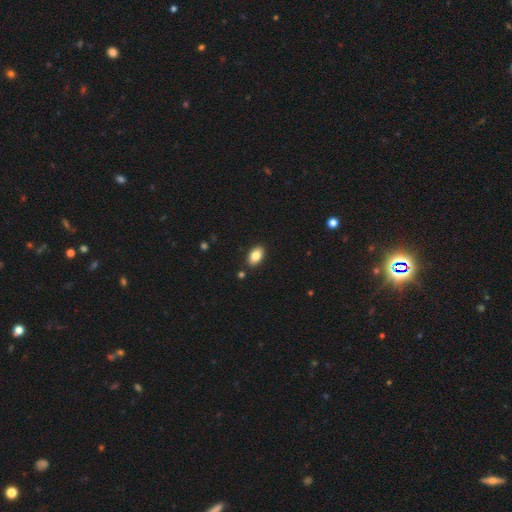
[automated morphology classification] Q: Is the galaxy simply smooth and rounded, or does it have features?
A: smooth — 84%.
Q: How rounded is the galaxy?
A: in between — 91%.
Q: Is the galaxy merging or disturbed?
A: none — 88%.